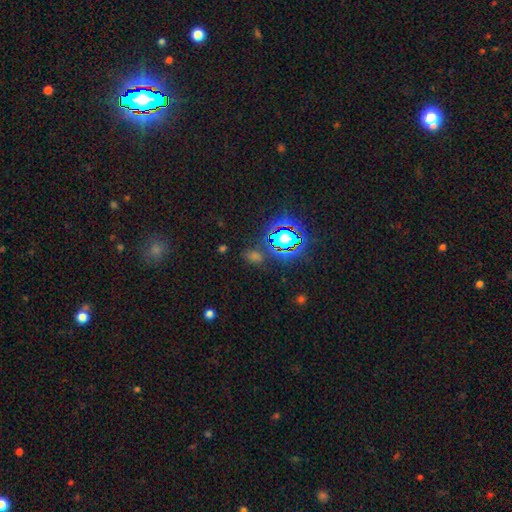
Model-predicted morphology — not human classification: star or artifact 60%, smooth 32%, featured or disk 8%.